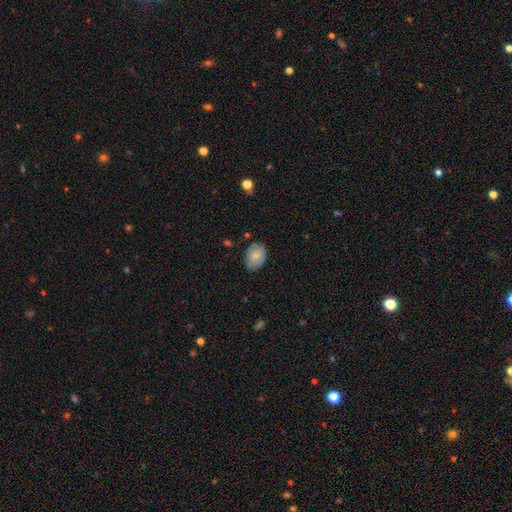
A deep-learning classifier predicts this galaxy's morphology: Smooth or featured? Predicted: smooth (p=0.76). How rounded? Predicted: in between (p=0.74). Merging? Predicted: none (p=0.74).